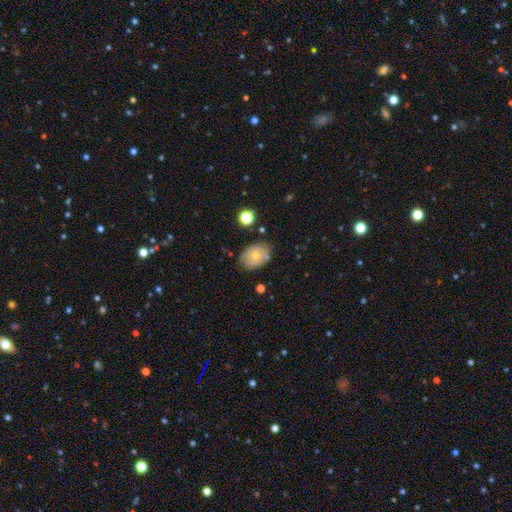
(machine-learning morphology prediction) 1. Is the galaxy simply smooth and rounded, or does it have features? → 71% smooth, 20% featured or disk, 9% star or artifact.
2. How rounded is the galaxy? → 74% in between, 25% round, 1% cigar-shaped.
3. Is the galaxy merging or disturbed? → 77% none, 16% minor disturbance, 4% major disturbance, 3% merger.